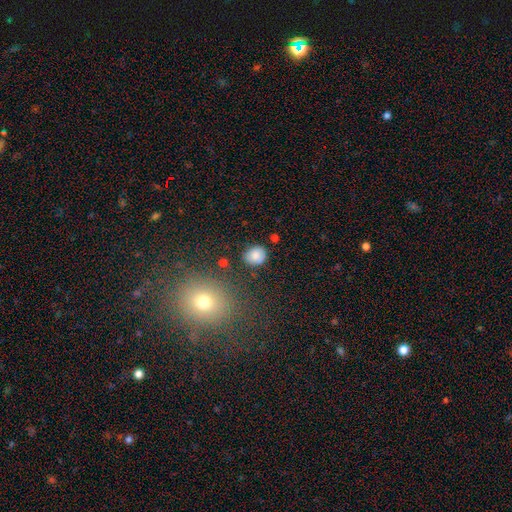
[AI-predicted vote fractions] Overall: smooth (82%). How rounded: round (73%). Merging: none (81%).